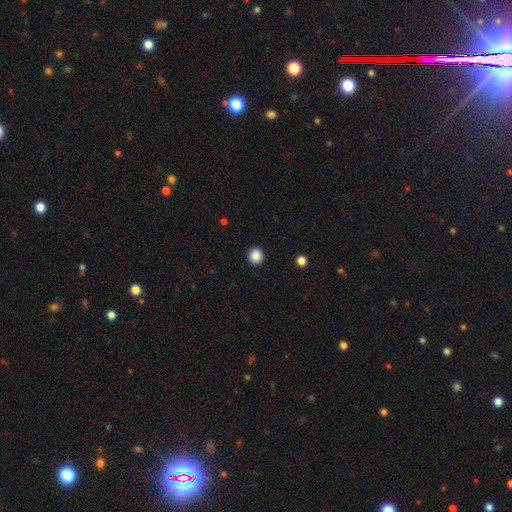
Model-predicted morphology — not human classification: This is clearly a smooth galaxy (88%). How rounded: clearly round (93%). Merging: clearly none (93%).